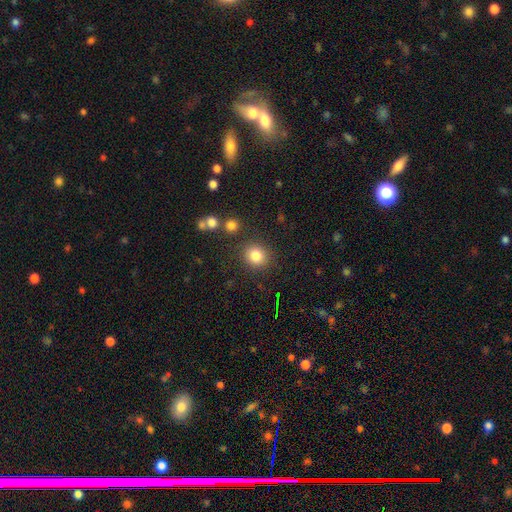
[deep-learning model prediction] Overall: smooth (82%). How rounded: round (83%). Merging: none (85%).